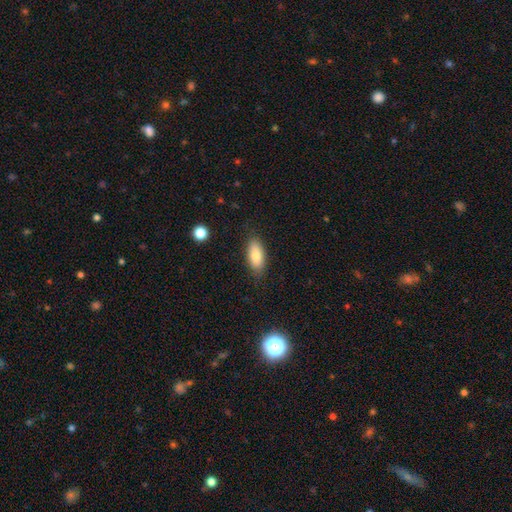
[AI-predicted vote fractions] Smooth or featured? smooth (80%)
How rounded? in between (85%)
Merging? none (83%)